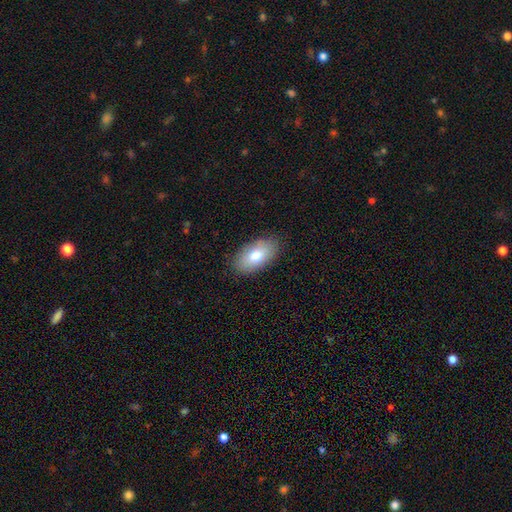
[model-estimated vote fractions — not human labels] Smooth or featured: smooth — 76% (featured or disk — 17%)
How rounded: in between — 93% (round — 4%)
Merging: none — 86% (minor disturbance — 11%)